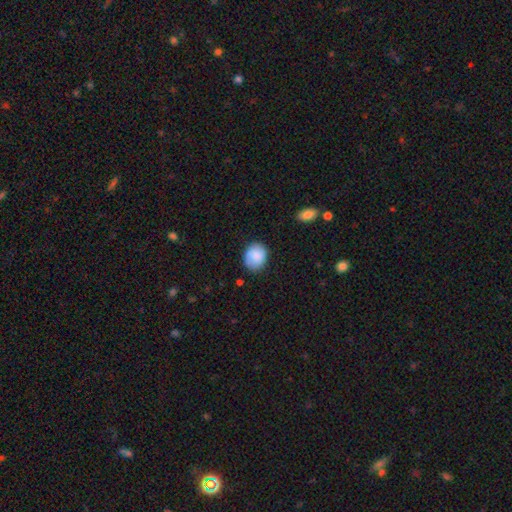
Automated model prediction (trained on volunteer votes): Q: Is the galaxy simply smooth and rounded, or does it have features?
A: smooth — 84%.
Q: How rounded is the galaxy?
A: round — 63%.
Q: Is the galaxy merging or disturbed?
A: none — 78%.